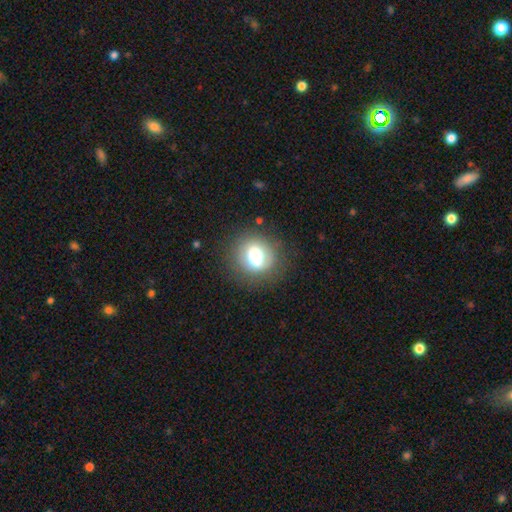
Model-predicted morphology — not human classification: smooth_or_featured: smooth (p=0.61) [alt: featured or disk p=0.28]
how_rounded: round (p=0.76) [alt: in between p=0.23]
merging: none (p=0.77) [alt: minor disturbance p=0.14]